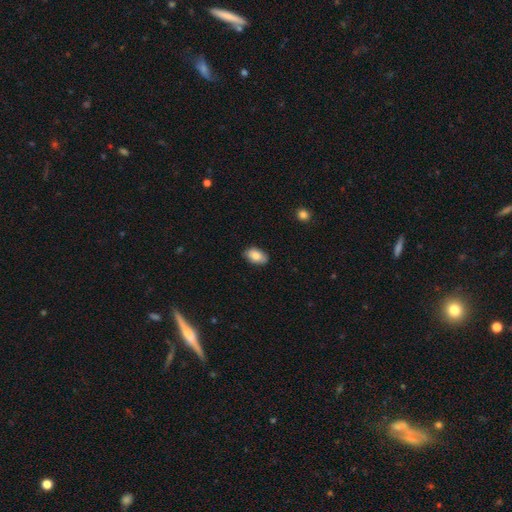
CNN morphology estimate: type=smooth (83%); roundness=in between (91%); merging=none (86%).